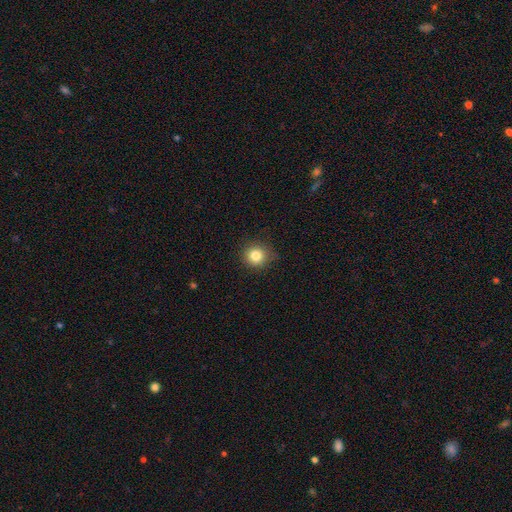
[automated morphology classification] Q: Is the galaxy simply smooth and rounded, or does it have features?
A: smooth — 83%.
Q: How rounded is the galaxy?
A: round — 91%.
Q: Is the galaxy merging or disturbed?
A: none — 85%.